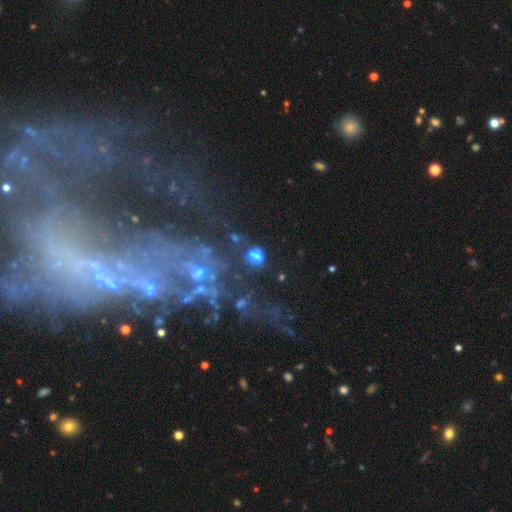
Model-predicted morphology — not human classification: A smooth galaxy with no disk features (60%) that is in between round and cigar-shaped (67%). Merging: none (49%).